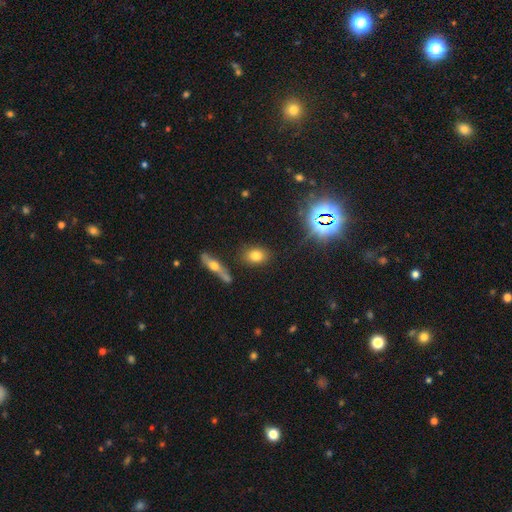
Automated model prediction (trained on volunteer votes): A smooth galaxy with no disk features (74%) that is in between round and cigar-shaped (63%). Merging: none (83%).